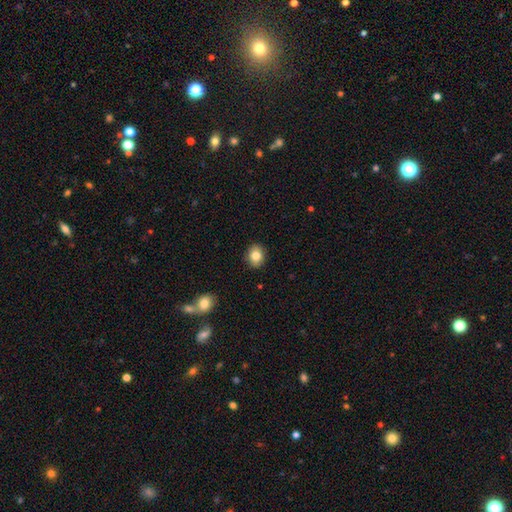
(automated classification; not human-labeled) Smooth or featured?
  - smooth: 83% *
  - star or artifact: 9%
  - featured or disk: 8%
How rounded?
  - round: 58% *
  - in between: 41%
  - cigar-shaped: 1%
Merging?
  - none: 89% *
  - minor disturbance: 8%
  - major disturbance: 2%
  - merger: 1%